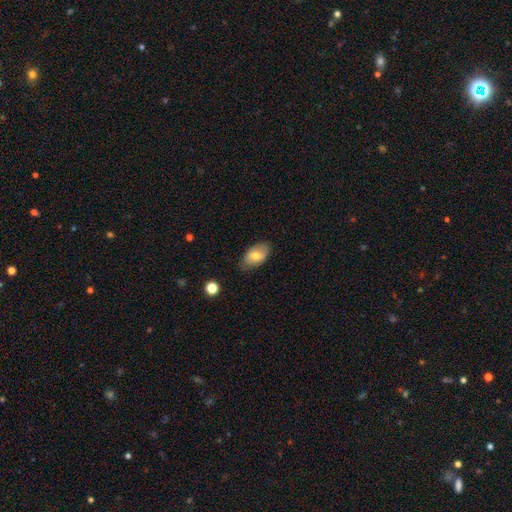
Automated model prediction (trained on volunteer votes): Overall: smooth (69%). How rounded: in between (92%). Merging: none (77%).